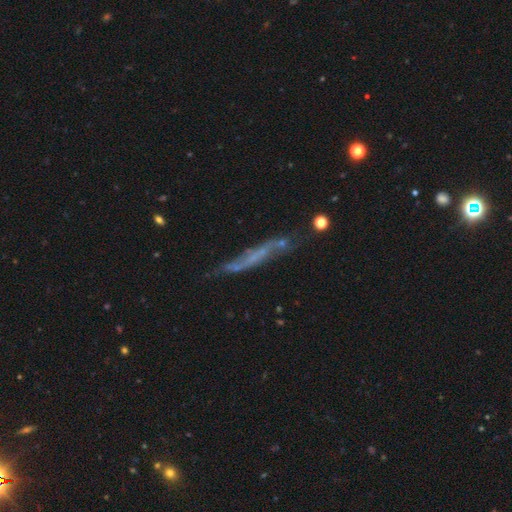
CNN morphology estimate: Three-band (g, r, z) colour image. It shows a featured or disk galaxy (57%) viewed edge-on (60%). Merging: none (53%).